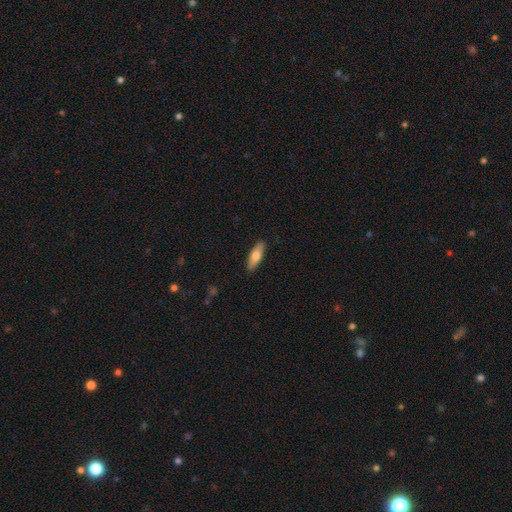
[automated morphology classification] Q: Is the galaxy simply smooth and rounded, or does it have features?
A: smooth — 74%.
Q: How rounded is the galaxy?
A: in between — 52%.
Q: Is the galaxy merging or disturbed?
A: none — 89%.